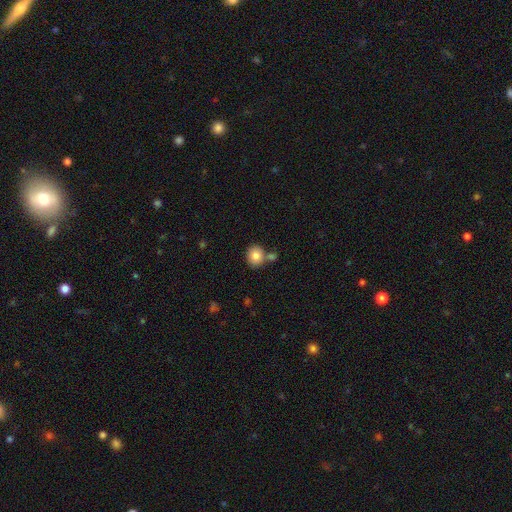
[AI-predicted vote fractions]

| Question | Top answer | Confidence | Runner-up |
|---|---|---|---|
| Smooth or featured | smooth | 82% | featured or disk (9%) |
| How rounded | round | 73% | in between (26%) |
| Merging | none | 67% | merger (20%) |